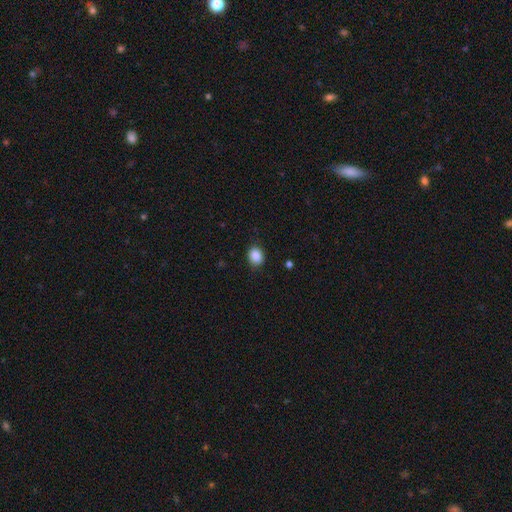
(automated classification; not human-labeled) Smooth or featured?
  - smooth: 88% *
  - star or artifact: 9%
  - featured or disk: 3%
How rounded?
  - in between: 50% *
  - round: 49%
  - cigar-shaped: 1%
Merging?
  - none: 84% *
  - minor disturbance: 12%
  - major disturbance: 3%
  - merger: 1%